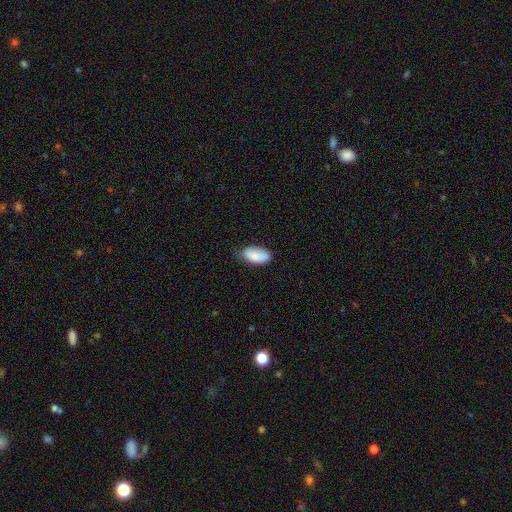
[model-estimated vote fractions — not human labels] A smooth galaxy with no disk features (85%) that is in between round and cigar-shaped (93%).

Vote fractions:
- Smooth or featured? smooth: 85% / featured or disk: 8% / star or artifact: 7%
- How rounded? in between: 93% / cigar-shaped: 4% / round: 2%
- Merging? none: 70% / minor disturbance: 25% / major disturbance: 4% / merger: 1%